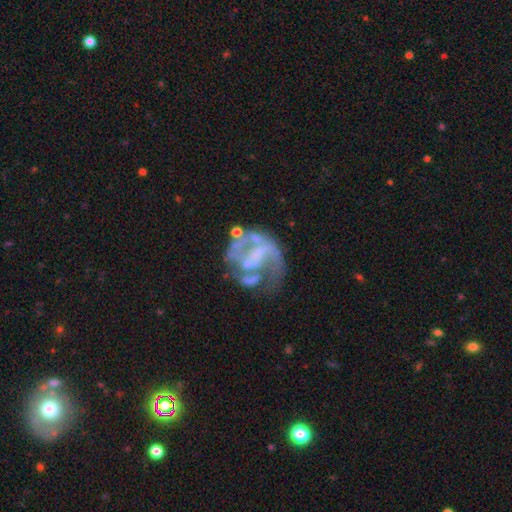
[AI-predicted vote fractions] A featured or disk galaxy (78%) with no bar (51%), spiral arms (61%) and no central bulge (56%).

Vote fractions:
- Smooth or featured? featured or disk: 78% / smooth: 12% / star or artifact: 10%
- Edge-on disk? no: 98% / yes: 2%
- Bar? no: 51% / weak: 32% / strong: 17%
- Spiral arms? yes: 61% / no: 39%
- Bulge size? none: 56% / small: 25% / moderate: 14% / large: 3% / dominant: 1%
- Merging? none: 37% / major disturbance: 35% / minor disturbance: 18% / merger: 10%